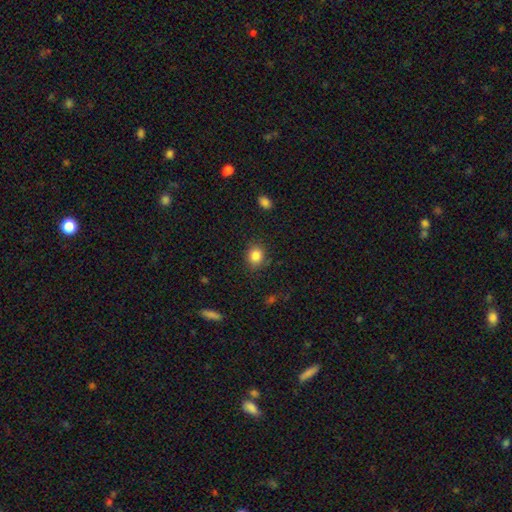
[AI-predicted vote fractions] The model was most divided on "how rounded": round: 70%, in between: 29%, cigar-shaped: 1%. More confident: merging — none (85%); smooth or featured — smooth (85%).